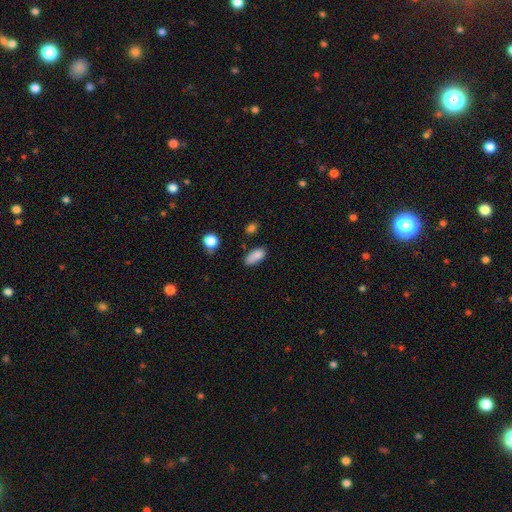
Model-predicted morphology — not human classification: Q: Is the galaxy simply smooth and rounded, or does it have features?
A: smooth — 85%.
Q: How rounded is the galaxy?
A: in between — 86%.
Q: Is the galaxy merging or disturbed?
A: none — 66%.